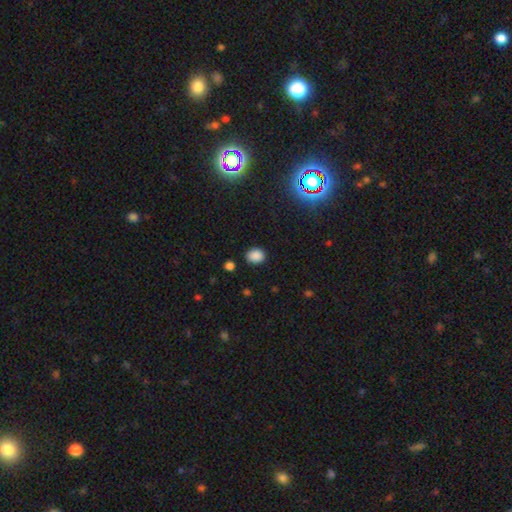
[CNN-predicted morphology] A smooth galaxy with no disk features (85%) that is round (50%).

Vote fractions:
- Smooth or featured? smooth: 85% / star or artifact: 12% / featured or disk: 4%
- How rounded? round: 50% / in between: 49% / cigar-shaped: 1%
- Merging? none: 86% / minor disturbance: 10% / major disturbance: 3% / merger: 2%